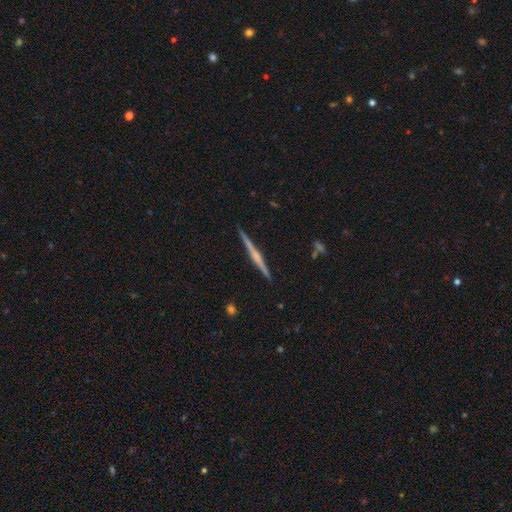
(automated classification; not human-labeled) featured or disk 71%, smooth 23%, star or artifact 6%. Down the decision tree: edge-on disk — yes (98%); edge-on bulge — rounded (53%); merging — none (92%).